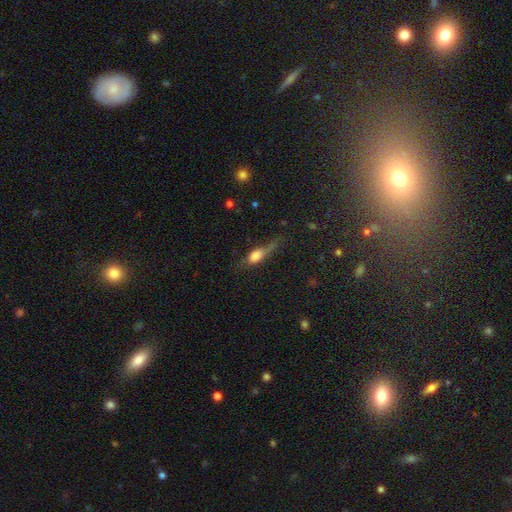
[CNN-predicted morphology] smooth 62%, featured or disk 28%, star or artifact 10%. Down the decision tree: how rounded — in between (63%); merging — none (34%).